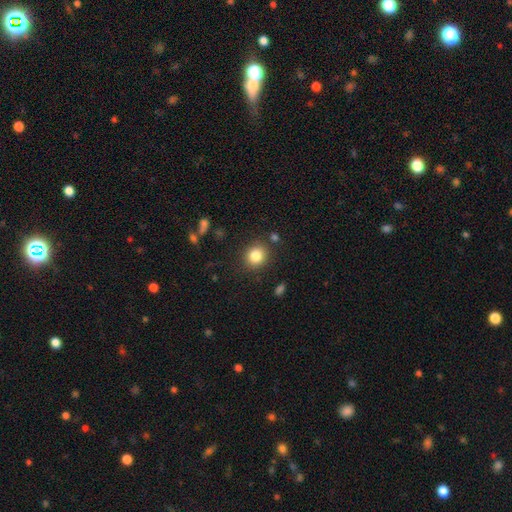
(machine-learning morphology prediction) Overall: smooth (83%). How rounded: round (82%). Merging: none (86%).